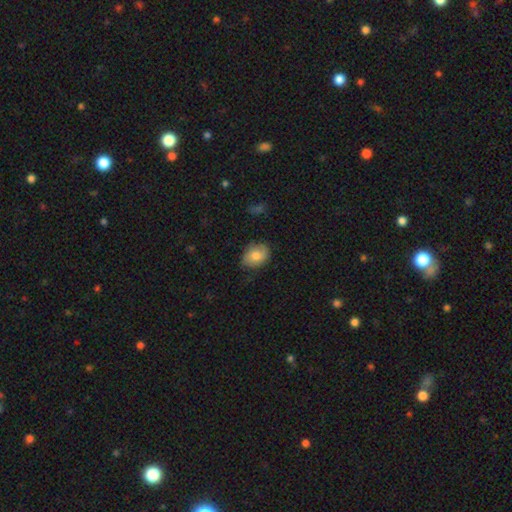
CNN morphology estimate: smooth 79%, featured or disk 13%, star or artifact 7%. Down the decision tree: how rounded — in between (69%); merging — none (72%).